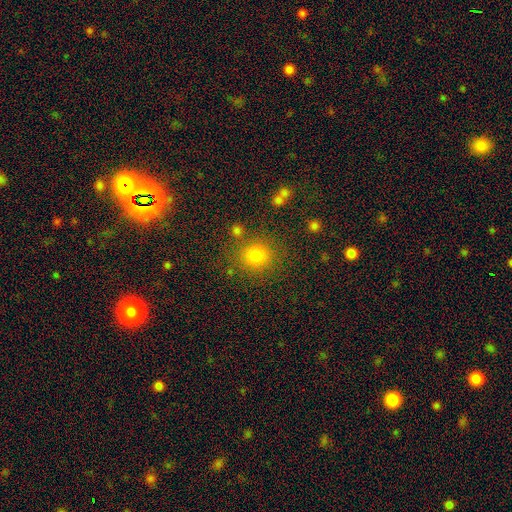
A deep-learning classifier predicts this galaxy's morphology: Smooth or featured?
  - smooth: 79% *
  - star or artifact: 15%
  - featured or disk: 6%
How rounded?
  - round: 85% *
  - in between: 14%
  - cigar-shaped: 1%
Merging?
  - none: 81% *
  - minor disturbance: 9%
  - merger: 6%
  - major disturbance: 4%